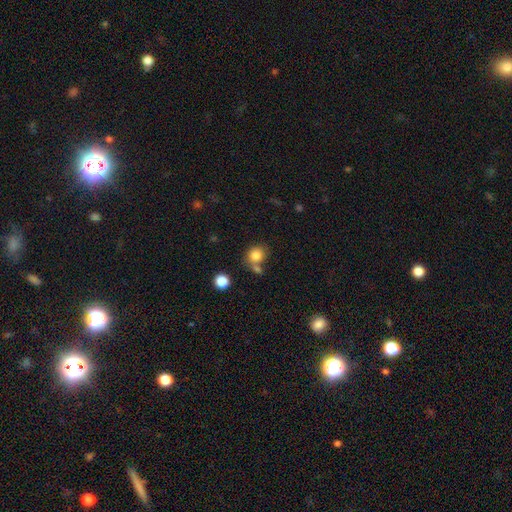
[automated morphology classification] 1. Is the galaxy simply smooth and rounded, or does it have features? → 82% smooth, 11% star or artifact, 7% featured or disk.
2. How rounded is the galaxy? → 76% round, 23% in between, 1% cigar-shaped.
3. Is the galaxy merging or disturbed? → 57% none, 25% merger, 12% minor disturbance, 5% major disturbance.